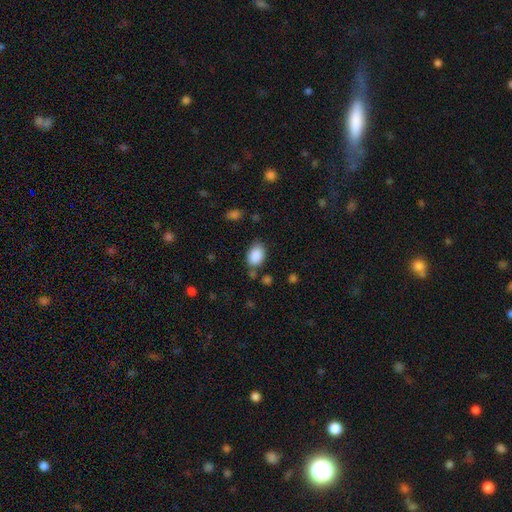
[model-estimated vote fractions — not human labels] Q: Smooth or featured?
A: smooth (89%); runner-up: star or artifact (7%)
Q: How rounded?
A: in between (82%); runner-up: round (17%)
Q: Merging?
A: none (74%); runner-up: minor disturbance (17%)